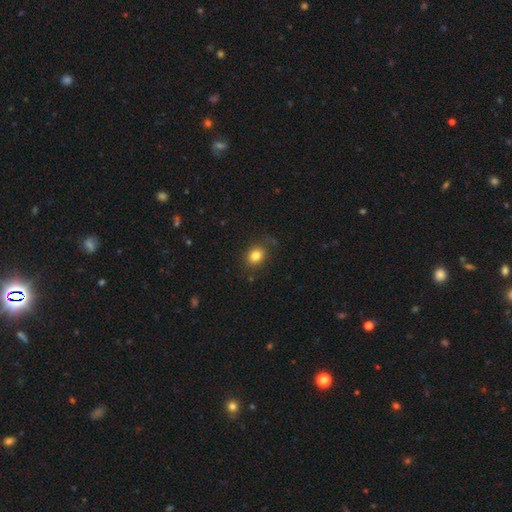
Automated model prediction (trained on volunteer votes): The model was most divided on "how rounded": round: 54%, in between: 45%, cigar-shaped: 1%. More confident: smooth or featured — smooth (82%); merging — none (79%).